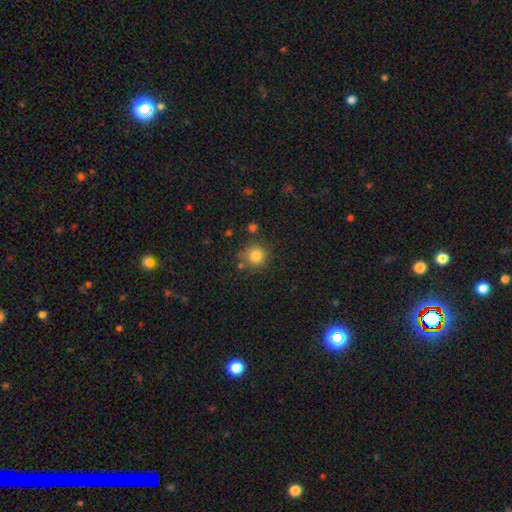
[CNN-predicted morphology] Smooth or featured? Predicted: smooth (p=0.83). How rounded? Predicted: round (p=0.92). Merging? Predicted: none (p=0.78).